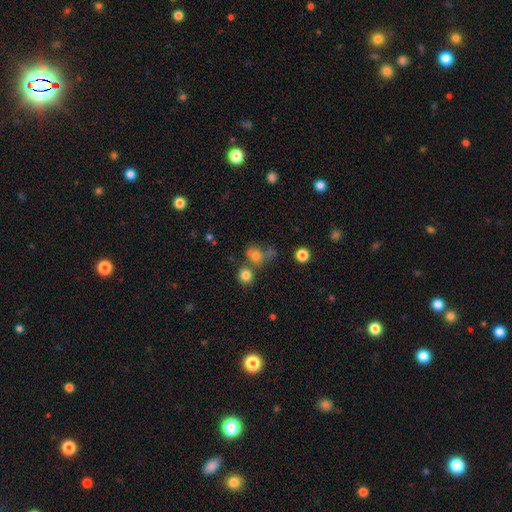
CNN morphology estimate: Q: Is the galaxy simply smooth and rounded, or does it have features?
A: smooth — 67%.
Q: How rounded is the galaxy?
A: round — 75%.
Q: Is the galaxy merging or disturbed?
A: none — 47%.